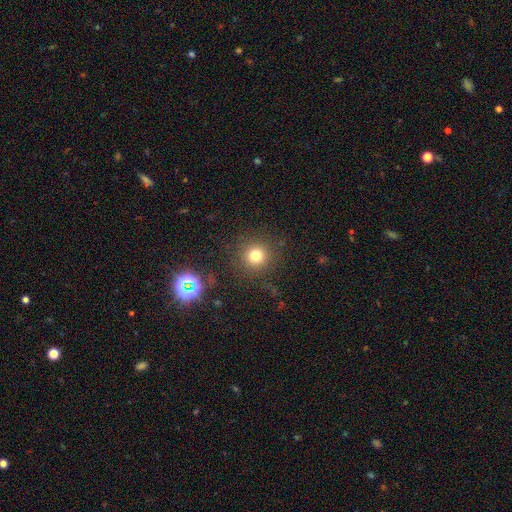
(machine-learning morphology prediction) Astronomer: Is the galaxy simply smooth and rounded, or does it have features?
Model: smooth — 77%.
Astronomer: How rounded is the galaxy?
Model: round — 94%.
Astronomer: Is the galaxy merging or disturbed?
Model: none — 88%.